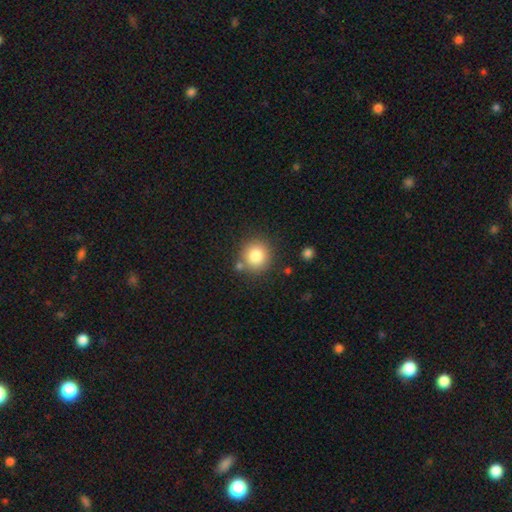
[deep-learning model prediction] Smooth or featured? smooth (83%)
How rounded? round (90%)
Merging? none (78%)